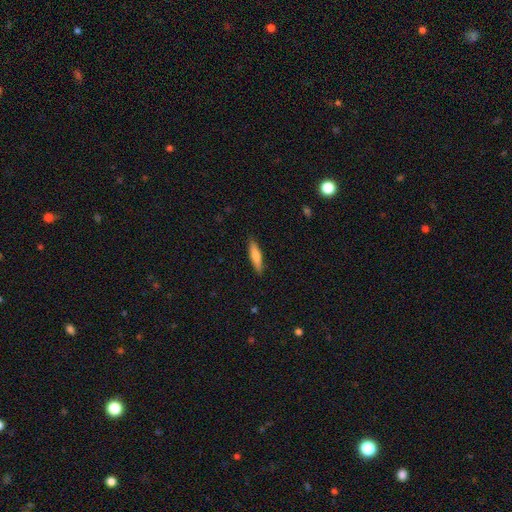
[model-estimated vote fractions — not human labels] Smooth or featured: smooth — 76% (featured or disk — 19%)
How rounded: cigar-shaped — 78% (in between — 20%)
Merging: none — 89% (minor disturbance — 8%)